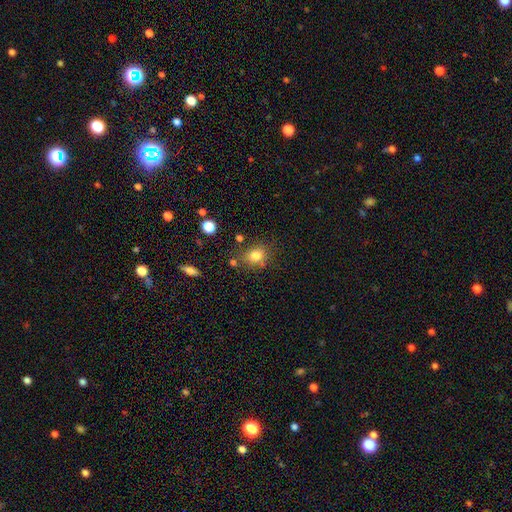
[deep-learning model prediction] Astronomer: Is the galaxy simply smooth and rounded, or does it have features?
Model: smooth — 80%.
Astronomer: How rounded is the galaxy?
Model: round — 52% (runner-up: in between, 47%).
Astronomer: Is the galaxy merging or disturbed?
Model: none — 70%.